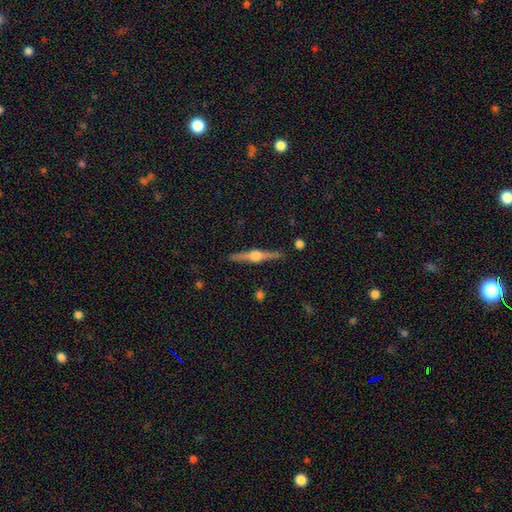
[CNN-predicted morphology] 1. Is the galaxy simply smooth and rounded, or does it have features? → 78% featured or disk, 16% smooth, 6% star or artifact.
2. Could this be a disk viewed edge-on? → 98% yes, 2% no.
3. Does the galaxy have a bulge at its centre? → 94% rounded, 4% boxy, 2% none.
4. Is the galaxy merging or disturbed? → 90% none, 7% minor disturbance, 2% major disturbance, 2% merger.